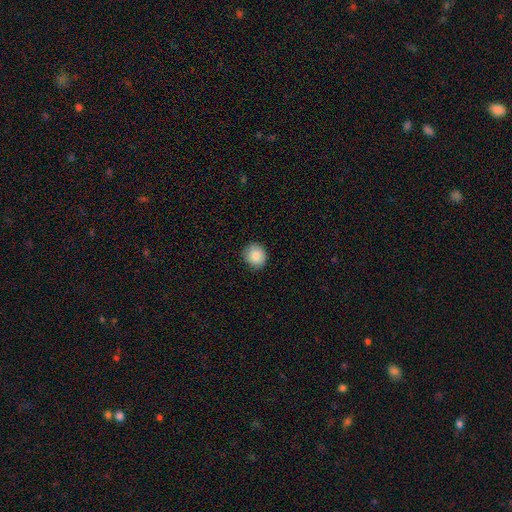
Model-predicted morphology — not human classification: Smooth or featured? Predicted: smooth (p=0.87). How rounded? Predicted: round (p=0.85). Merging? Predicted: none (p=0.89).